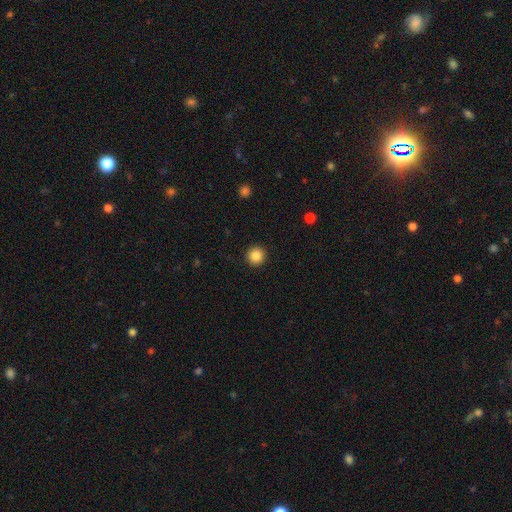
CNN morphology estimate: A smooth galaxy with no disk features (85%) that is round (96%).

Vote fractions:
- Smooth or featured? smooth: 85% / star or artifact: 10% / featured or disk: 5%
- How rounded? round: 96% / in between: 3% / cigar-shaped: 1%
- Merging? none: 93% / minor disturbance: 4% / major disturbance: 2% / merger: 1%